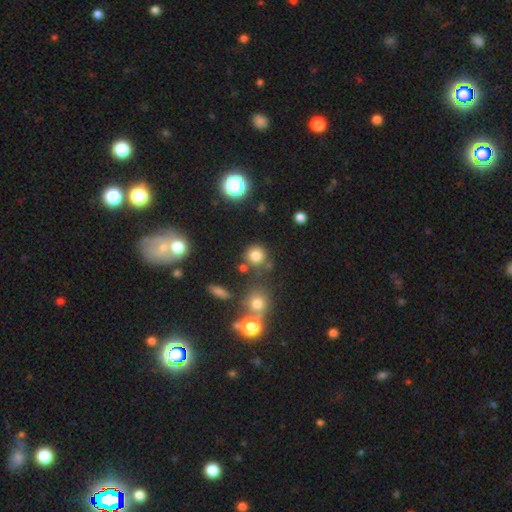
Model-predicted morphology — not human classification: Overall: smooth (77%). How rounded: round (88%). Merging: none (74%).